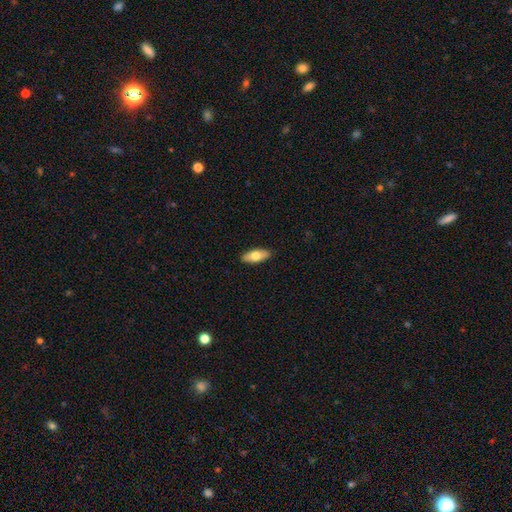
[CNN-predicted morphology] Smooth or featured? smooth (70%)
How rounded? in between (76%)
Merging? none (90%)